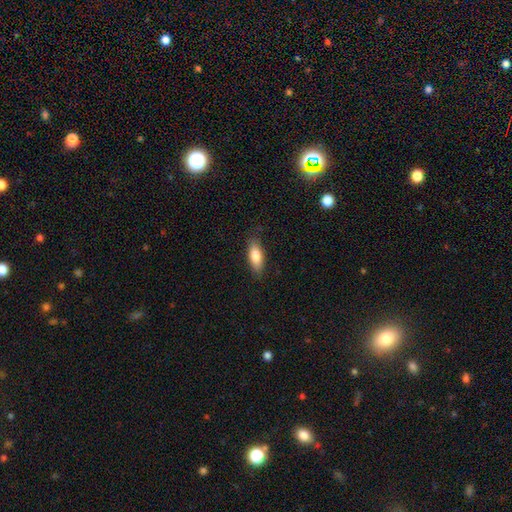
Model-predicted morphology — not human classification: The model was most divided on "how rounded": in between: 72%, cigar-shaped: 26%, round: 2%. More confident: merging — none (83%); smooth or featured — smooth (79%).